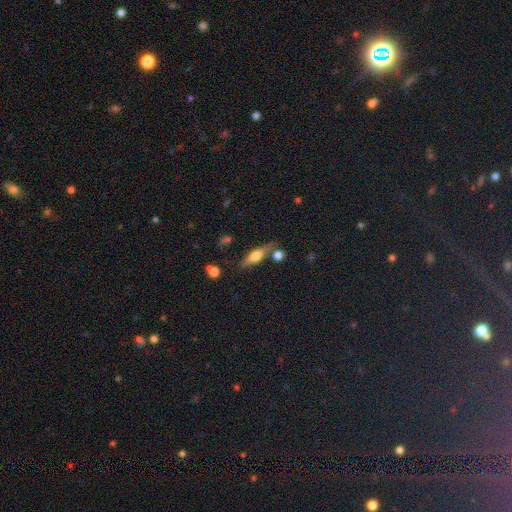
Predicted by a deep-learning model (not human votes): Smooth or featured? featured or disk (48%)
Merging? none (69%)